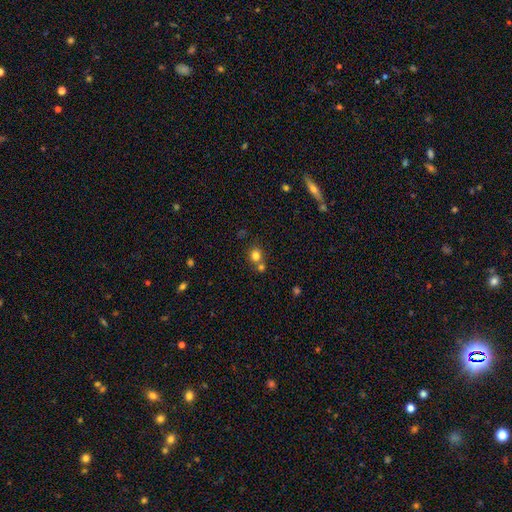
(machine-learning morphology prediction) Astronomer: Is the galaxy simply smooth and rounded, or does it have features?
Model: smooth — 78%.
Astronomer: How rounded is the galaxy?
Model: round — 81%.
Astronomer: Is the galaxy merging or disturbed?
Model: none — 52% (runner-up: merger, 36%).